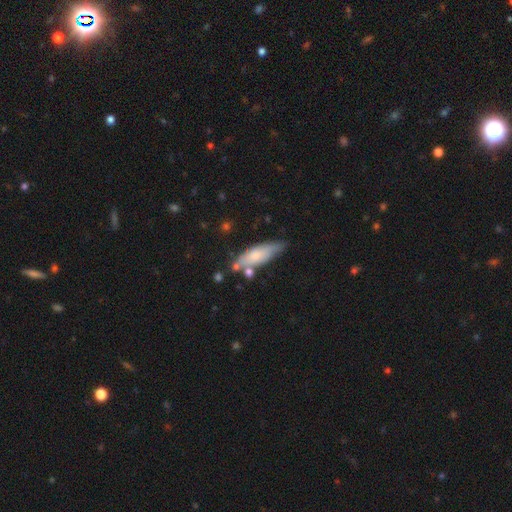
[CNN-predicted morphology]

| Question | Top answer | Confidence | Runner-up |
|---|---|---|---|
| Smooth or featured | smooth | 66% | featured or disk (28%) |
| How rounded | in between | 50% | cigar-shaped (47%) |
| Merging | none | 64% | minor disturbance (22%) |